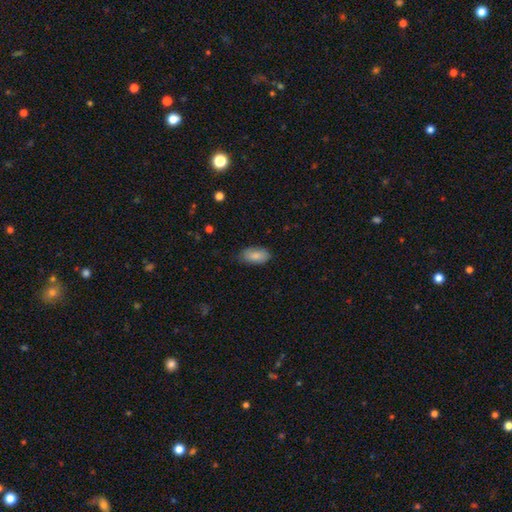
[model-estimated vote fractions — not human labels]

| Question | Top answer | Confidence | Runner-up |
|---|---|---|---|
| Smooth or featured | smooth | 86% | featured or disk (8%) |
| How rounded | in between | 93% | cigar-shaped (3%) |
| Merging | none | 77% | minor disturbance (18%) |